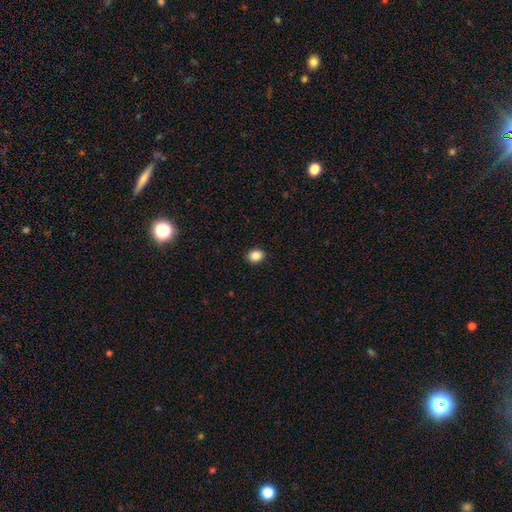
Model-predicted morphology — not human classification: Overall: smooth (88%). How rounded: round (59%; in between 40%). Merging: none (91%).